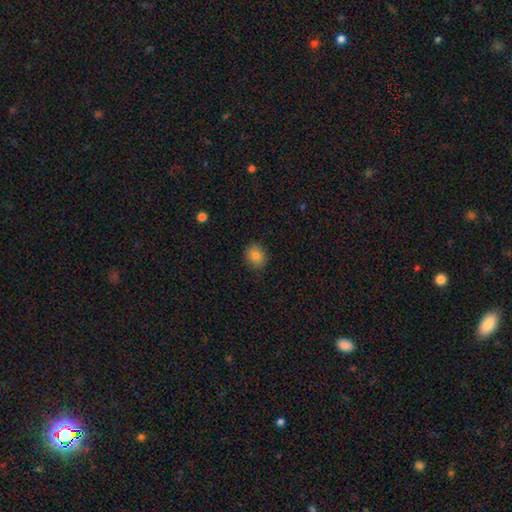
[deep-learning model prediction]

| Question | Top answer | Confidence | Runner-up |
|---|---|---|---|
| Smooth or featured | smooth | 83% | star or artifact (10%) |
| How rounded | round | 63% | in between (36%) |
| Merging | none | 87% | minor disturbance (10%) |